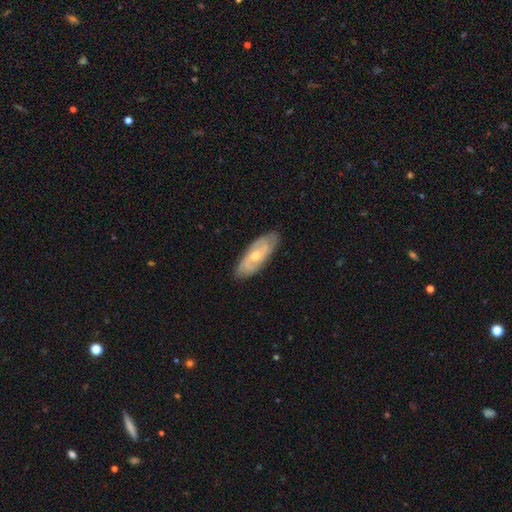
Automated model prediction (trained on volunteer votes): Smooth or featured: featured or disk — 66% (smooth — 28%)
Edge-on disk: no — 84% (yes — 16%)
Bar: no — 66% (weak — 28%)
Spiral arms: yes — 79% (no — 21%)
Bulge size: moderate — 55% (small — 41%)
Merging: none — 81% (minor disturbance — 15%)